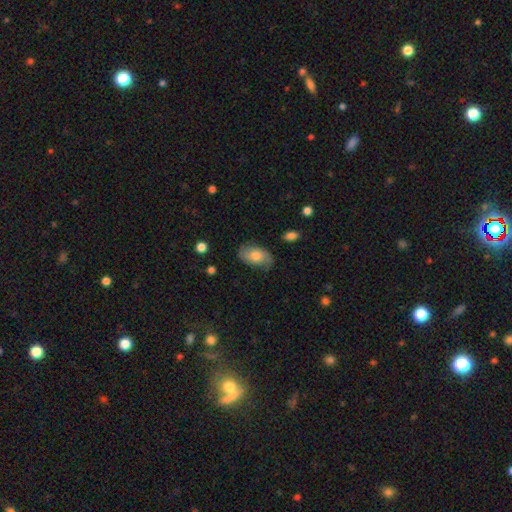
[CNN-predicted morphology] A smooth galaxy with no disk features (58%) that is in between round and cigar-shaped (90%).

Vote fractions:
- Smooth or featured? smooth: 58% / featured or disk: 35% / star or artifact: 7%
- How rounded? in between: 90% / round: 8% / cigar-shaped: 1%
- Merging? none: 71% / minor disturbance: 22% / major disturbance: 6% / merger: 1%